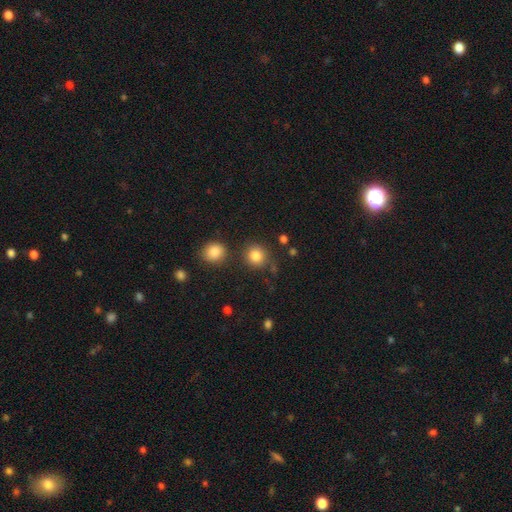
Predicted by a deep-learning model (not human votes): smooth-or-featured: smooth: 84% | star or artifact: 11% | featured or disk: 5%
  how-rounded: round: 89% | in between: 11% | cigar-shaped: 1%
  merging: none: 81% | minor disturbance: 9% | merger: 7% | major disturbance: 3%